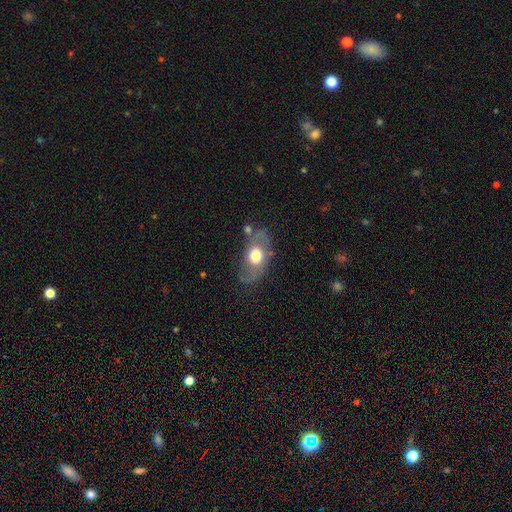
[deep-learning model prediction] Morphology: type=smooth (49%); merging=none (63%).